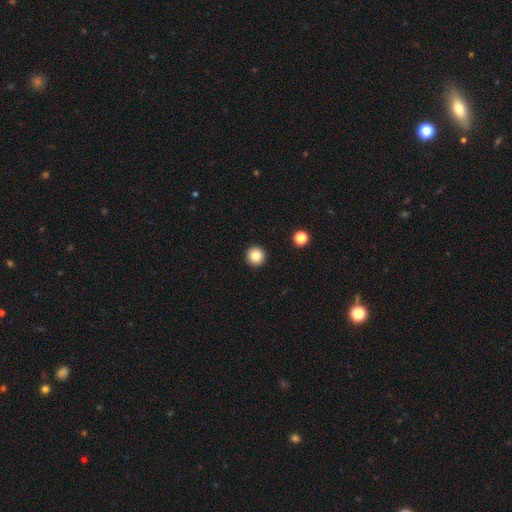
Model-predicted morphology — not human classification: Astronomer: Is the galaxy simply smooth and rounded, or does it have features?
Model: smooth — 83%.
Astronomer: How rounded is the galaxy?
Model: round — 96%.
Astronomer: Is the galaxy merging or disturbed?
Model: none — 94%.